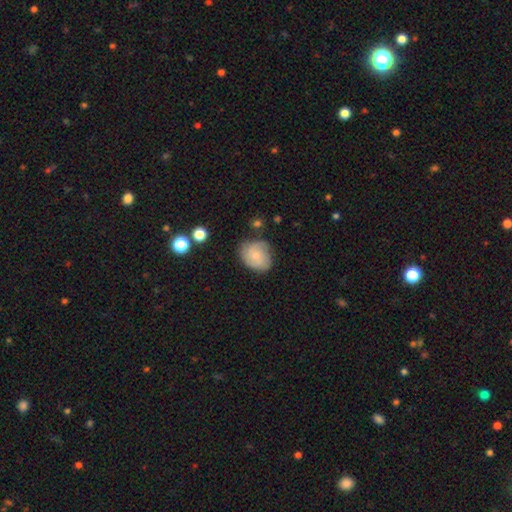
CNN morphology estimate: type=smooth (62%); roundness=round (58%); merging=none (64%).